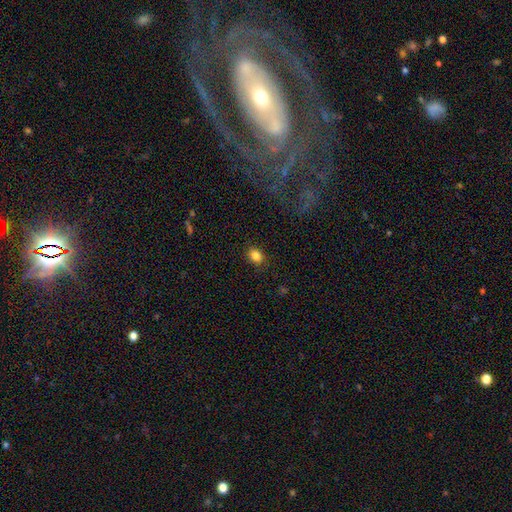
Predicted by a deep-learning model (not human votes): Smooth or featured? smooth (85%)
How rounded? in between (57%)
Merging? none (87%)